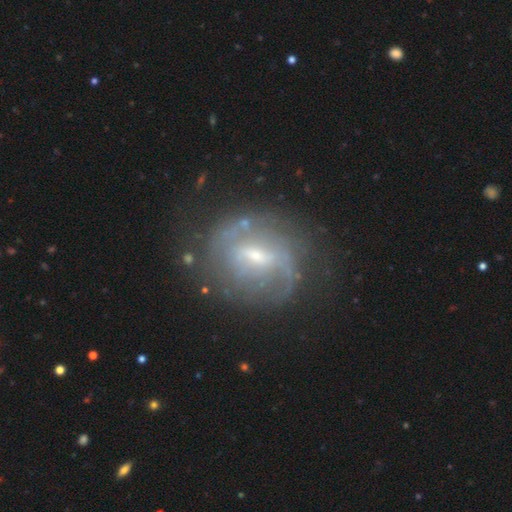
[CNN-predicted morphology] Smooth or featured: featured or disk — 77% (smooth — 15%)
Edge-on disk: no — 95% (yes — 5%)
Bar: weak — 53% (strong — 27%)
Spiral arms: yes — 80% (no — 20%)
Spiral winding: medium — 39% (tight — 37%)
Spiral arm count: 2 — 50% (can't tell — 31%)
Bulge size: small — 58% (moderate — 35%)
Merging: none — 65% (minor disturbance — 20%)